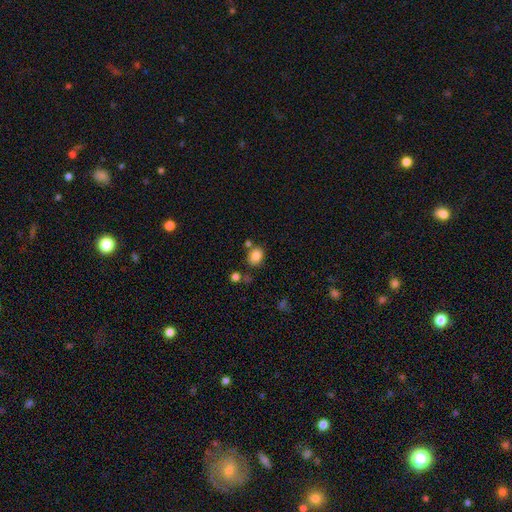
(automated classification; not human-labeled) smooth-or-featured: smooth: 84% | star or artifact: 10% | featured or disk: 6%
  how-rounded: round: 53% | in between: 46% | cigar-shaped: 1%
  merging: none: 71% | minor disturbance: 14% | merger: 11% | major disturbance: 4%